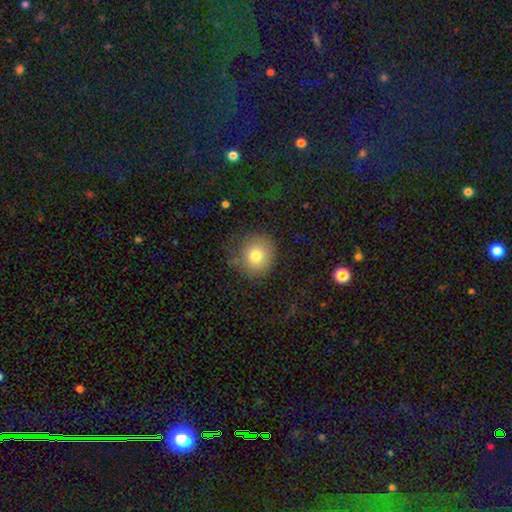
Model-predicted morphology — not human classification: Smooth or featured? smooth (77%)
How rounded? round (90%)
Merging? none (73%)